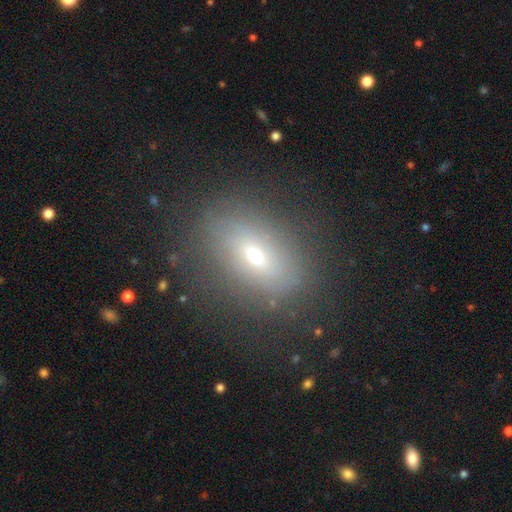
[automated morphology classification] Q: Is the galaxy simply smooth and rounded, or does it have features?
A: smooth — 52%.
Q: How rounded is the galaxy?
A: in between — 77%.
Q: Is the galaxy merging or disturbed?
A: none — 78%.